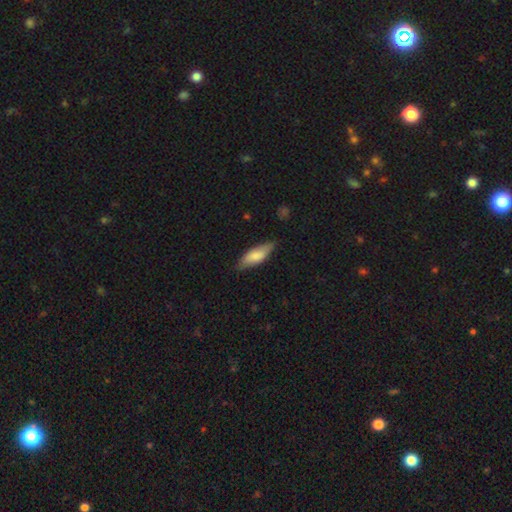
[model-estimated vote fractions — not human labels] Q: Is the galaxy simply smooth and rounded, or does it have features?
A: smooth — 76%.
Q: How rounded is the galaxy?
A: in between — 63%.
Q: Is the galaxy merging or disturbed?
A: none — 75%.